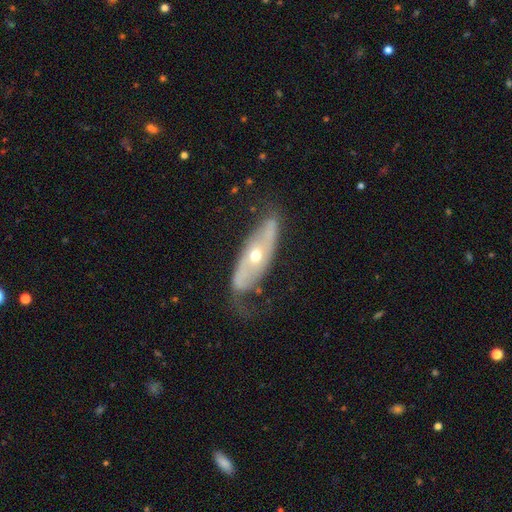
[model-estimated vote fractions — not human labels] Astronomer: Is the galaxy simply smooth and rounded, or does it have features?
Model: featured or disk — 68%.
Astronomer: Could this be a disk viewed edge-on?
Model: no — 73%.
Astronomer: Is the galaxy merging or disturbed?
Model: none — 51% (runner-up: minor disturbance, 28%).